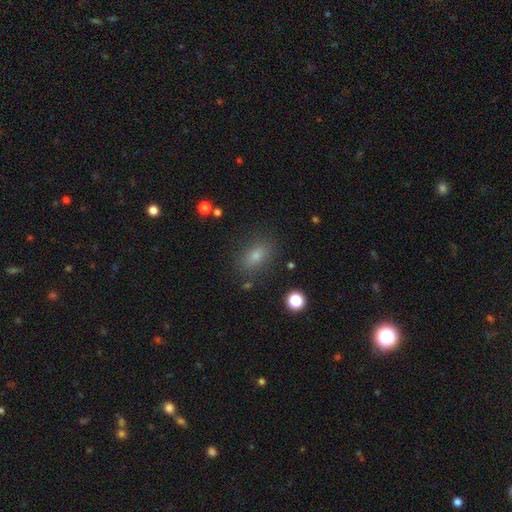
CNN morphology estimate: Smooth or featured: smooth — 73% (star or artifact — 16%)
How rounded: in between — 80% (round — 15%)
Merging: none — 83% (minor disturbance — 11%)